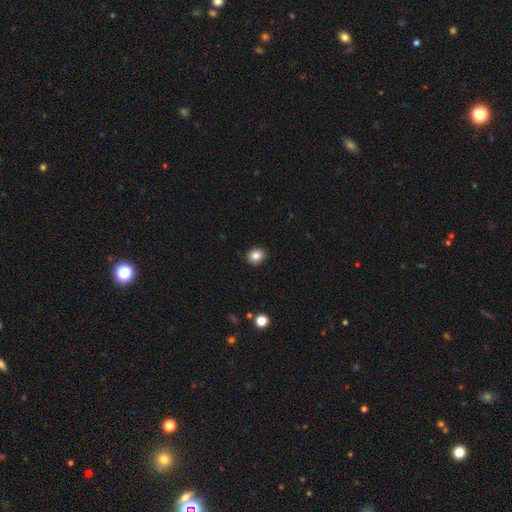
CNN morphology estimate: Smooth or featured? Predicted: smooth (p=0.85). How rounded? Predicted: round (p=0.69). Merging? Predicted: none (p=0.90).